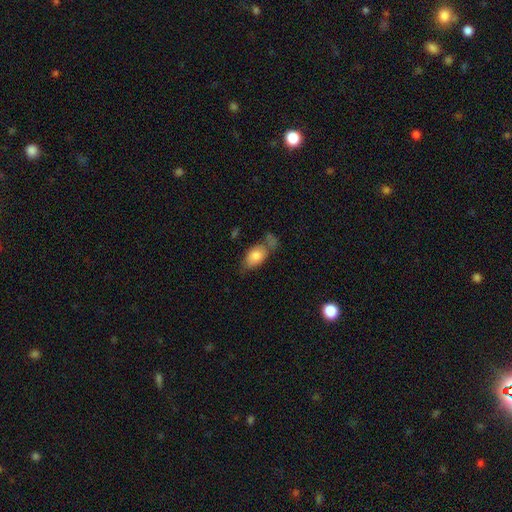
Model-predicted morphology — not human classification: This is likely a smooth galaxy (80%). How rounded: clearly in between (89%). Merging: marginally none (45%).